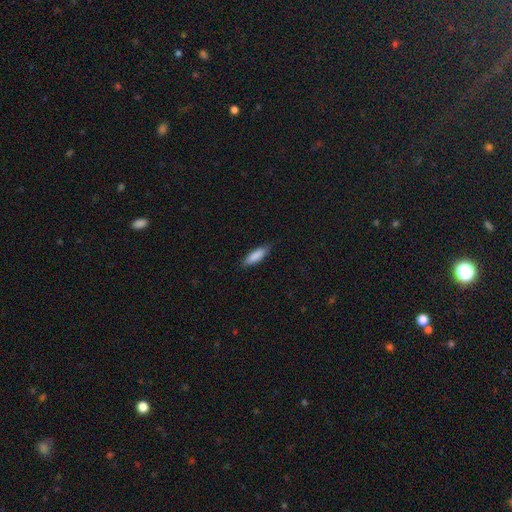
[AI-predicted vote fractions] The model was most divided on "how rounded": cigar-shaped: 52%, in between: 47%, round: 1%. More confident: smooth or featured — smooth (86%); merging — none (83%).